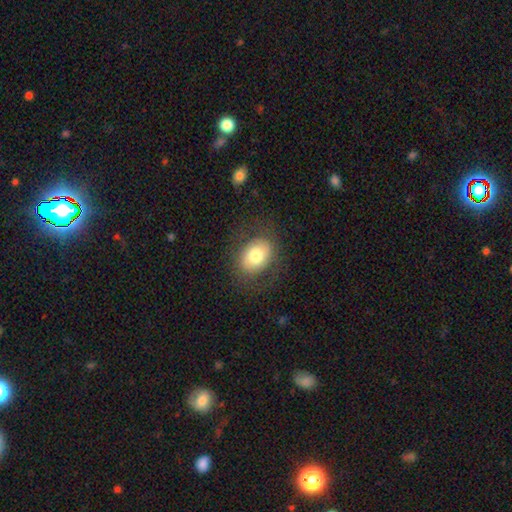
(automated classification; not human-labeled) Q: Smooth or featured?
A: smooth (74%); runner-up: featured or disk (18%)
Q: How rounded?
A: in between (62%); runner-up: round (37%)
Q: Merging?
A: none (79%); runner-up: minor disturbance (13%)